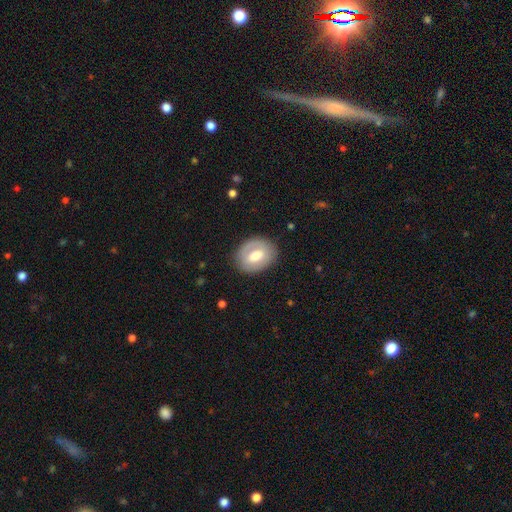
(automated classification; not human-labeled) The model was most divided on "smooth or featured": smooth: 53%, featured or disk: 41%, star or artifact: 6%. More confident: merging — none (82%); how rounded — in between (60%).